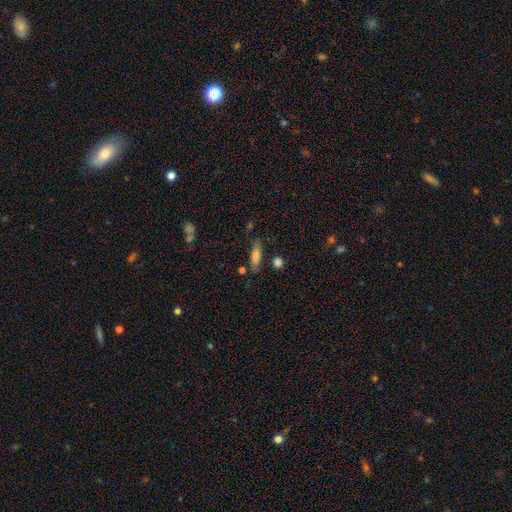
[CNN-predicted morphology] A smooth galaxy with no disk features (73%) that is in between round and cigar-shaped (53%).

Vote fractions:
- Smooth or featured? smooth: 73% / featured or disk: 18% / star or artifact: 8%
- How rounded? in between: 53% / cigar-shaped: 44% / round: 3%
- Merging? none: 73% / minor disturbance: 17% / merger: 6% / major disturbance: 5%